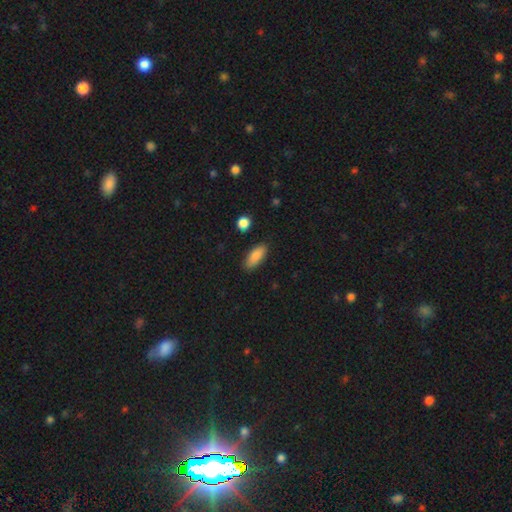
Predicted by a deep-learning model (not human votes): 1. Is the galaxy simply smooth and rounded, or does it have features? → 86% smooth, 7% featured or disk, 7% star or artifact.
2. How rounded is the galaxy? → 79% in between, 19% cigar-shaped, 2% round.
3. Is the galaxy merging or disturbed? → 85% none, 11% minor disturbance, 2% major disturbance, 2% merger.